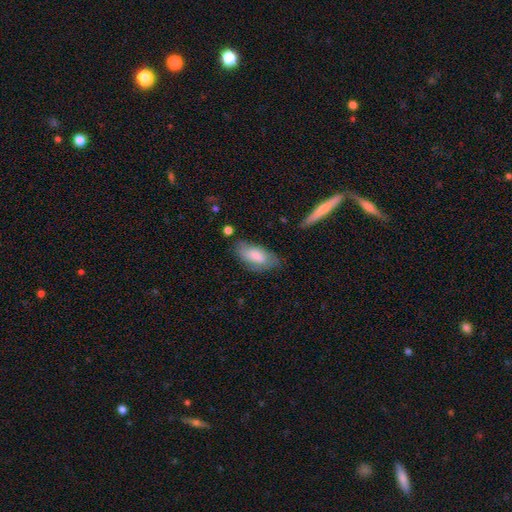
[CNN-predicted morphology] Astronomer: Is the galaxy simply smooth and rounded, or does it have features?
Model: smooth — 75%.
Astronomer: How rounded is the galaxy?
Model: in between — 90%.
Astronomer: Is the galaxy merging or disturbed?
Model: none — 67%.